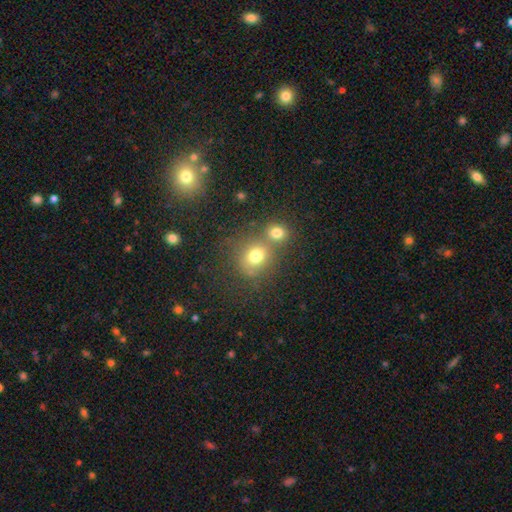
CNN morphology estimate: Q: Smooth or featured?
A: smooth (73%); runner-up: star or artifact (16%)
Q: How rounded?
A: round (77%); runner-up: in between (22%)
Q: Merging?
A: none (45%); runner-up: merger (40%)